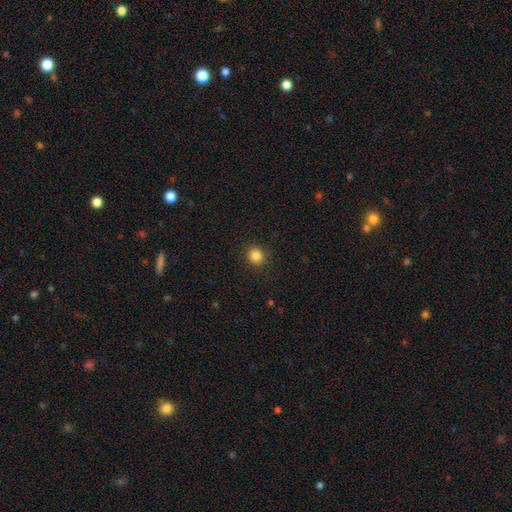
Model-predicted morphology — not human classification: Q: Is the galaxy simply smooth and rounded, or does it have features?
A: smooth — 85%.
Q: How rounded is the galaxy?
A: round — 91%.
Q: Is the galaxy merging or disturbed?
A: none — 90%.